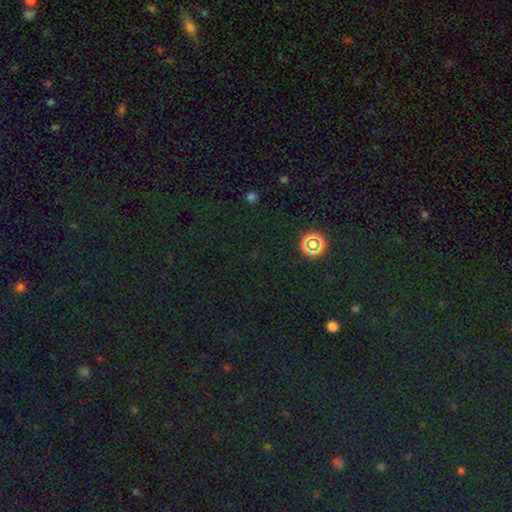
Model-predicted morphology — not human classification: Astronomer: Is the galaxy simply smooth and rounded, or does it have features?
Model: star or artifact — 70%.